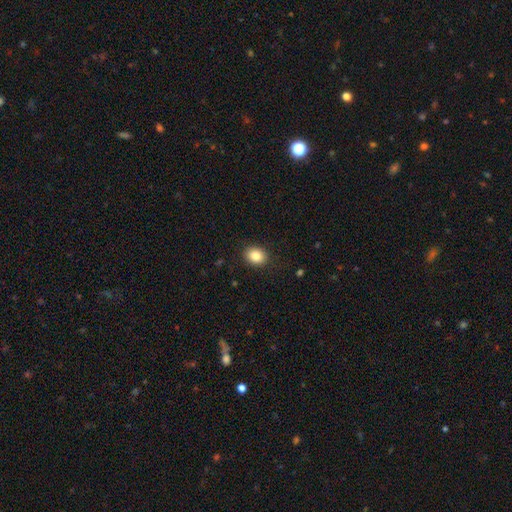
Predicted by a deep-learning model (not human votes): This appears to be a smooth galaxy with no disk features (85%) that is in between round and cigar-shaped (57%). Merging: none (88%).